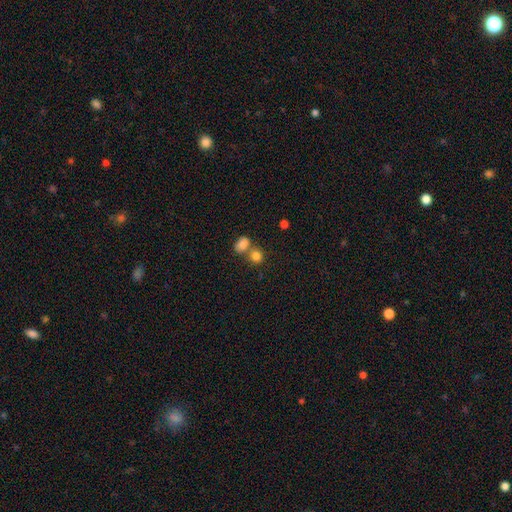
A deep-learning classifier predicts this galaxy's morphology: Smooth or featured? Predicted: smooth (p=0.82). How rounded? Predicted: round (p=0.75). Merging? Predicted: none (p=0.45).